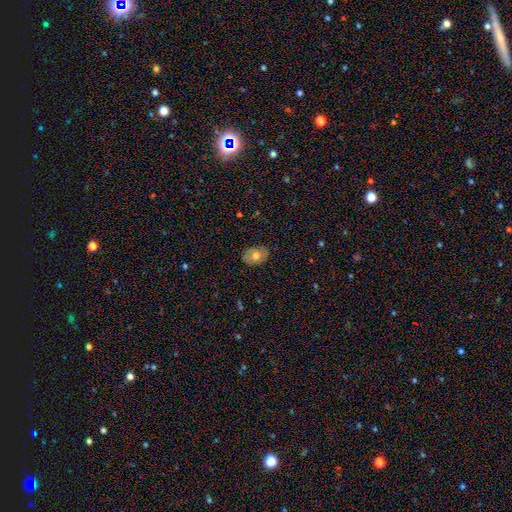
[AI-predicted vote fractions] smooth_or_featured: smooth (p=0.59) [alt: featured or disk p=0.31]
how_rounded: in between (p=0.80) [alt: round p=0.19]
merging: none (p=0.78) [alt: minor disturbance p=0.17]